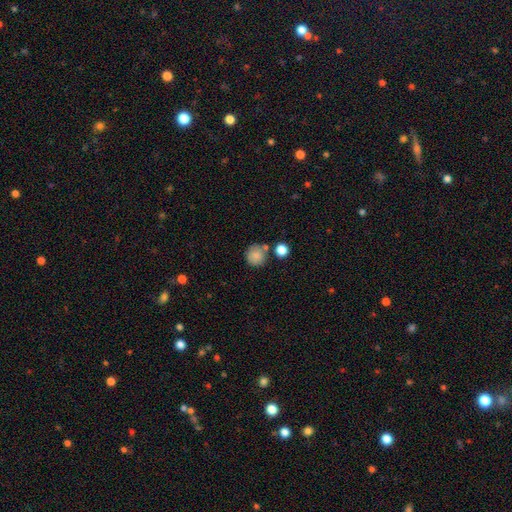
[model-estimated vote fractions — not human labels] Overall: smooth (85%). How rounded: round (92%). Merging: none (72%).